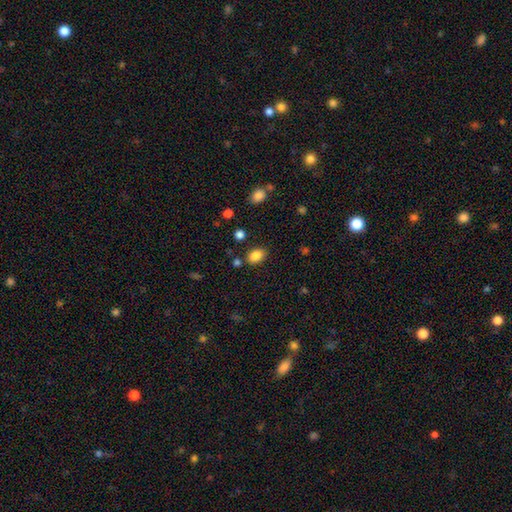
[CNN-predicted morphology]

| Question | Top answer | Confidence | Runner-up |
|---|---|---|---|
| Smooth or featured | smooth | 85% | star or artifact (10%) |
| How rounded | in between | 82% | round (17%) |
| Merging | none | 79% | minor disturbance (12%) |